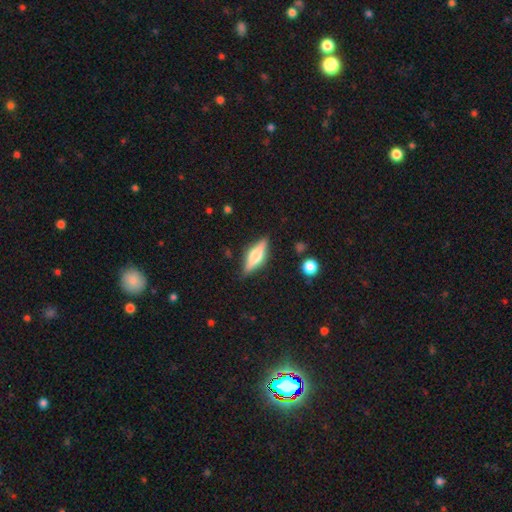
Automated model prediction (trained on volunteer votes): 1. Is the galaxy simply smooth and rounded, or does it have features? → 58% featured or disk, 35% smooth, 7% star or artifact.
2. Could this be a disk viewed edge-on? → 95% yes, 5% no.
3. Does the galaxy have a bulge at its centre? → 85% rounded, 12% boxy, 3% none.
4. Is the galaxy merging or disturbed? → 86% none, 10% minor disturbance, 2% major disturbance, 2% merger.